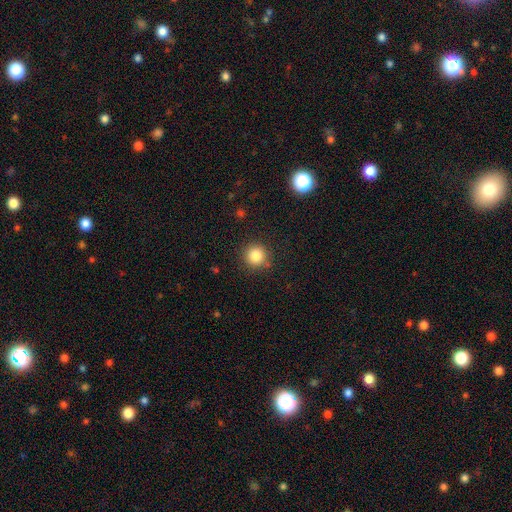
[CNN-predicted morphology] The model was most divided on "smooth or featured": smooth: 84%, star or artifact: 11%, featured or disk: 5%. More confident: how rounded — round (94%); merging — none (88%).